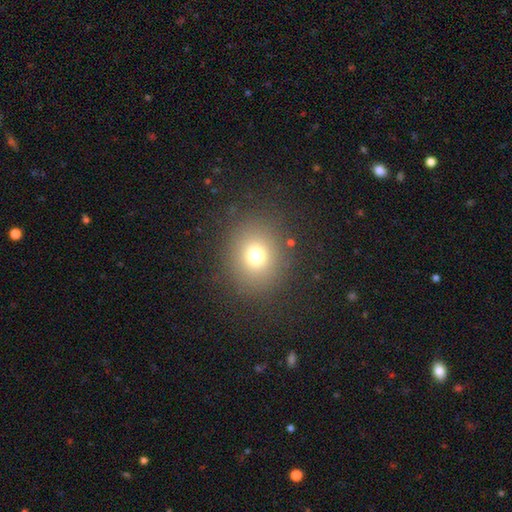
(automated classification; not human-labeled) smooth 72%, star or artifact 18%, featured or disk 10%. Down the decision tree: how rounded — round (80%); merging — none (86%).